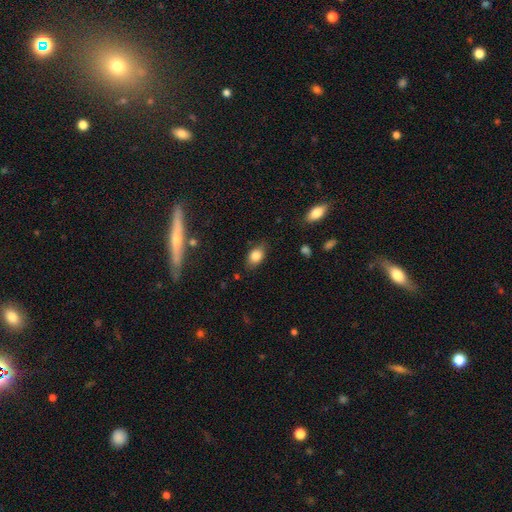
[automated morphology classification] Smooth or featured?
  - smooth: 82% *
  - featured or disk: 9%
  - star or artifact: 9%
How rounded?
  - in between: 82% *
  - round: 16%
  - cigar-shaped: 2%
Merging?
  - none: 78% *
  - minor disturbance: 16%
  - major disturbance: 4%
  - merger: 1%